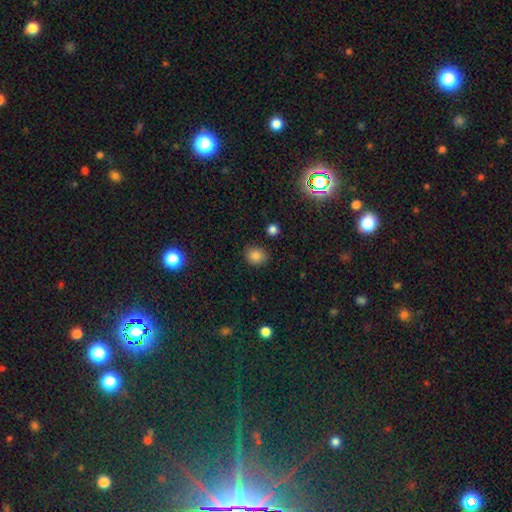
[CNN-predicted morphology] type=smooth (82%); roundness=round (72%); merging=none (87%).